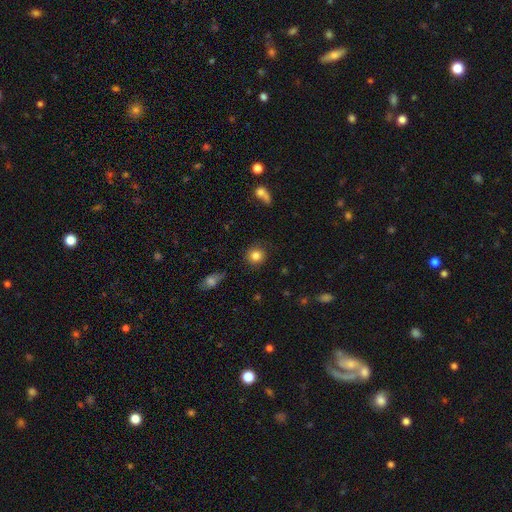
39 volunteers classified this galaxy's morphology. type=smooth (87%); roundness=round (85%); merging=none (92%).